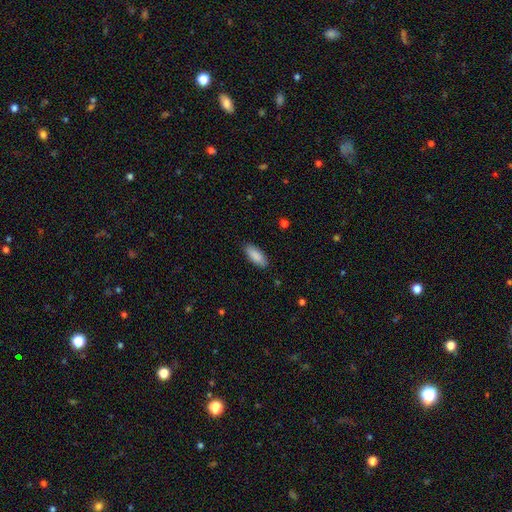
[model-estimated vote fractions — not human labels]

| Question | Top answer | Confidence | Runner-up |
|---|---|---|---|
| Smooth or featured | smooth | 89% | star or artifact (6%) |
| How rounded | in between | 79% | cigar-shaped (20%) |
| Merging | none | 89% | minor disturbance (8%) |